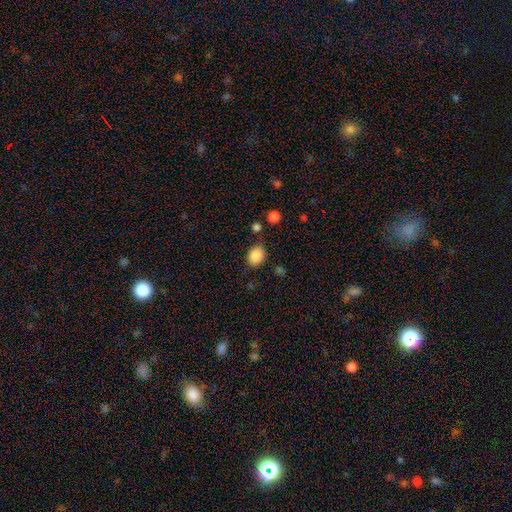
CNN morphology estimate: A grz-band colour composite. It shows a smooth galaxy with no disk features (87%) that is in between round and cigar-shaped (56%). Merging: none (78%).